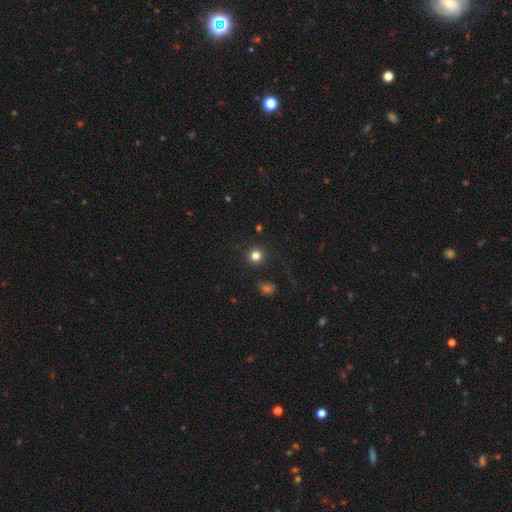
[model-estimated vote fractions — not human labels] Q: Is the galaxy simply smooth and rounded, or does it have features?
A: smooth — 82%.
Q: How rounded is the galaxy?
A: round — 93%.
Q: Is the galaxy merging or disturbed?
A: none — 88%.